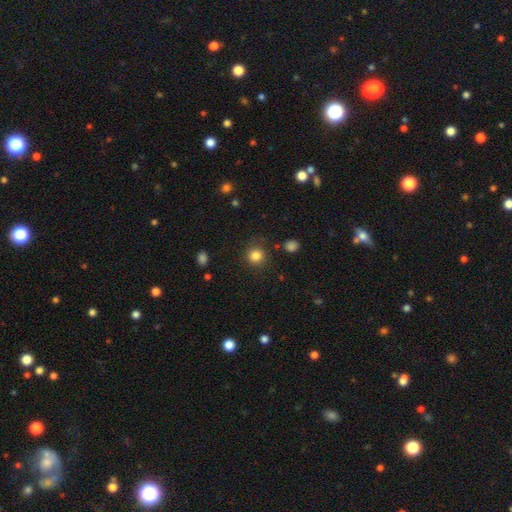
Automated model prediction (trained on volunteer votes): smooth_or_featured: smooth (p=0.83) [alt: star or artifact p=0.12]
how_rounded: round (p=0.92) [alt: in between p=0.07]
merging: none (p=0.84) [alt: minor disturbance p=0.10]